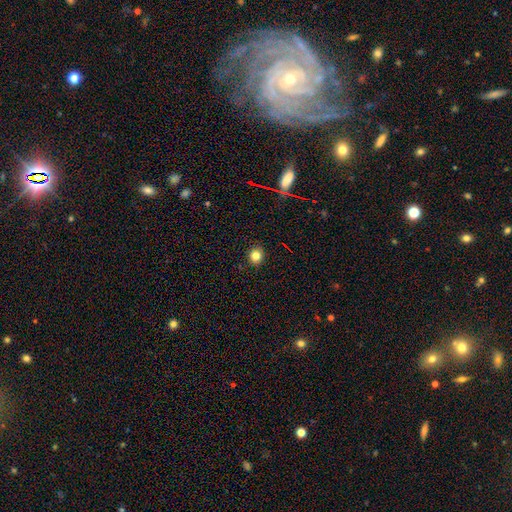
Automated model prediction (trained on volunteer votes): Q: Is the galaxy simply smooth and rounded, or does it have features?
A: smooth — 82%.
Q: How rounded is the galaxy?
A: round — 83%.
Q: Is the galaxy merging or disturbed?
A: none — 90%.